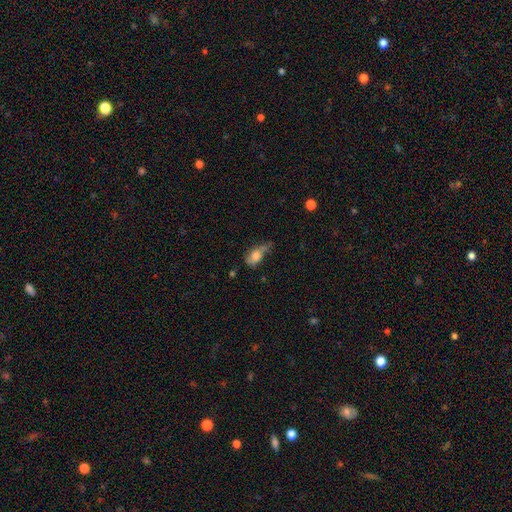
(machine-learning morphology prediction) Smooth or featured: smooth — 68% (featured or disk — 22%)
How rounded: in between — 78% (round — 16%)
Merging: minor disturbance — 35% (none — 30%)